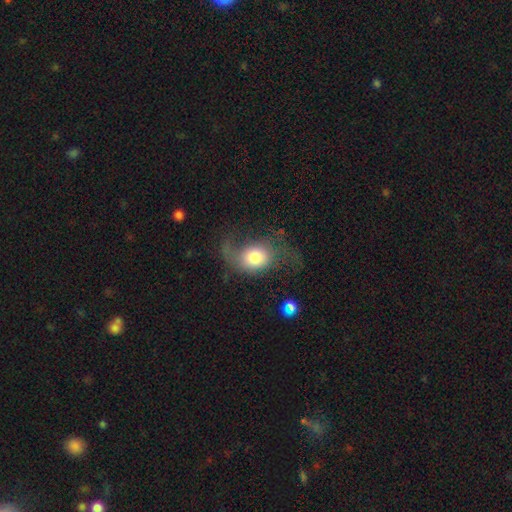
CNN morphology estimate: This is possibly a smooth galaxy (46%). Merging: marginally none (40%).